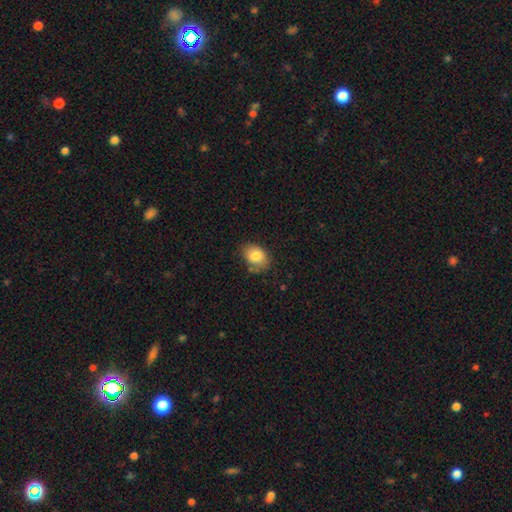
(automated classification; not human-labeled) Overall: smooth (83%). How rounded: in between (74%). Merging: none (65%; minor disturbance 25%).